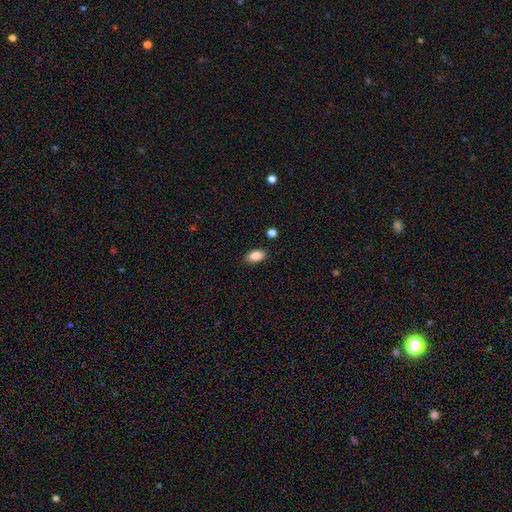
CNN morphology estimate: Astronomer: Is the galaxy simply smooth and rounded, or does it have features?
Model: smooth — 87%.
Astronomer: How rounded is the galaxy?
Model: in between — 90%.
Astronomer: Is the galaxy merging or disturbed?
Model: none — 86%.